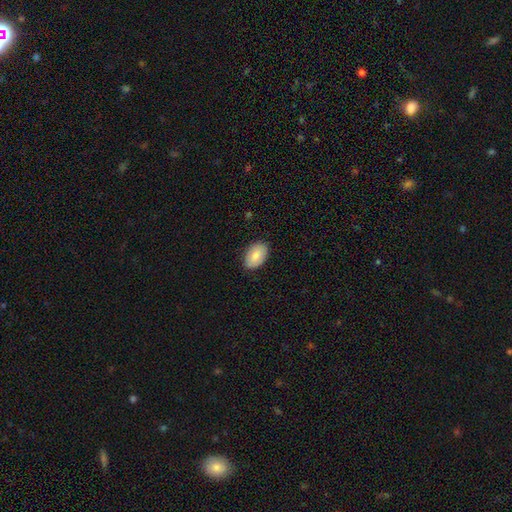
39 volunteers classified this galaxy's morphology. This is likely a smooth galaxy (77%). How rounded: clearly in between (93%). Merging: clearly none (82%).